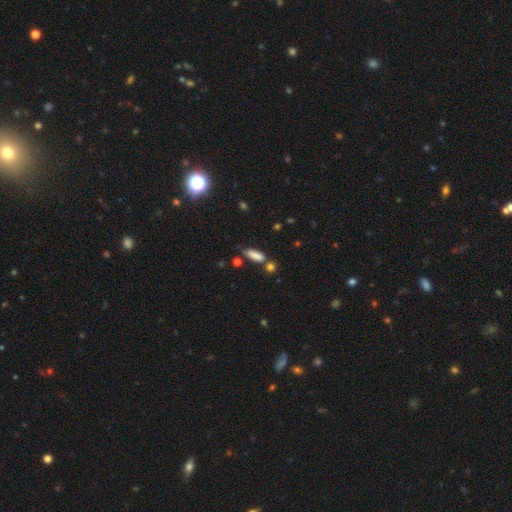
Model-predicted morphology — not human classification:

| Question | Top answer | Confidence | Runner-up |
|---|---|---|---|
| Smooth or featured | smooth | 83% | star or artifact (9%) |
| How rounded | in between | 58% | cigar-shaped (39%) |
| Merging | none | 57% | minor disturbance (22%) |